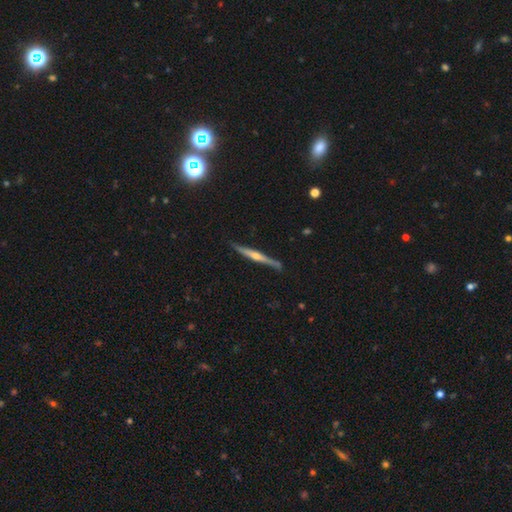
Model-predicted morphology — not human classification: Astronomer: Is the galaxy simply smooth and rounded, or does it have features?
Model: featured or disk — 77%.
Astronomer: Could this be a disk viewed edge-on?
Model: yes — 98%.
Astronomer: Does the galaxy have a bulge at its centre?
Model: rounded — 82%.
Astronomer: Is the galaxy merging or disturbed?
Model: none — 87%.